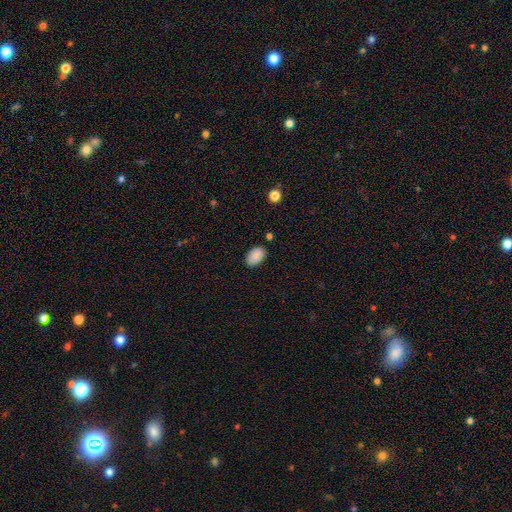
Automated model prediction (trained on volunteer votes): A smooth galaxy with no disk features (89%) that is in between round and cigar-shaped (88%). Merging: none (84%).